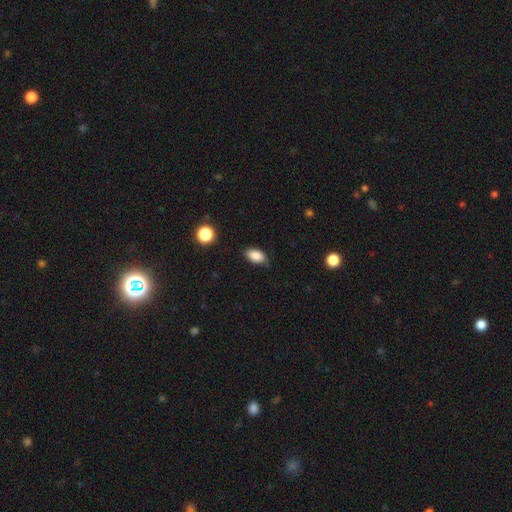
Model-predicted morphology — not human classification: smooth-or-featured: smooth: 87% | star or artifact: 8% | featured or disk: 5%
  how-rounded: in between: 90% | round: 8% | cigar-shaped: 2%
  merging: none: 82% | minor disturbance: 14% | major disturbance: 3% | merger: 1%